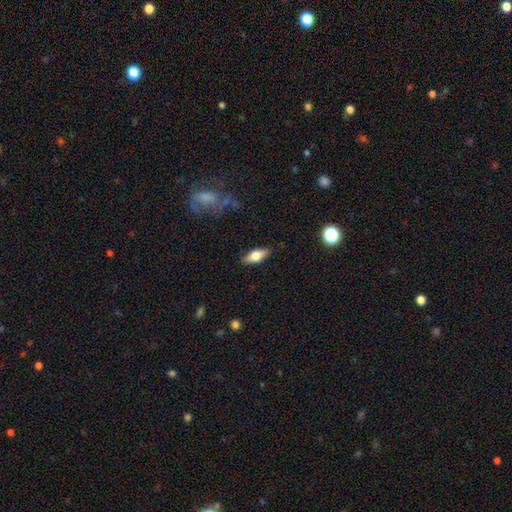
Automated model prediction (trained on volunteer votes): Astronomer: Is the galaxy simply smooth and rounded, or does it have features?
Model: smooth — 62%.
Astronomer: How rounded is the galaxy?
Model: in between — 74%.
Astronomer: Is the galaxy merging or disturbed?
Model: none — 86%.